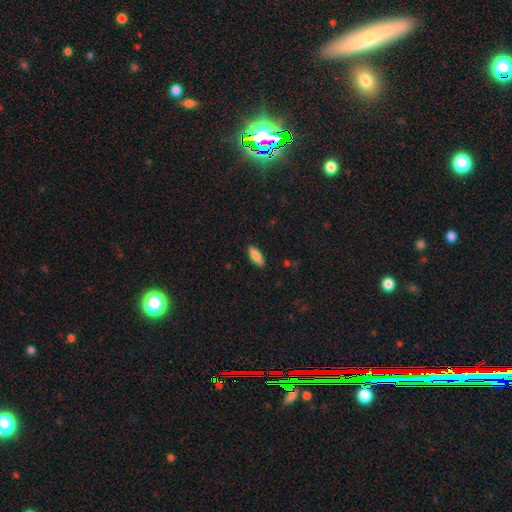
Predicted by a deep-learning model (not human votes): Smooth or featured? smooth (83%)
How rounded? in between (70%)
Merging? none (88%)